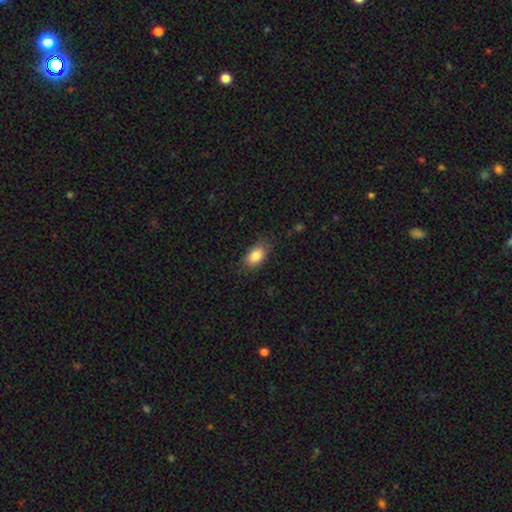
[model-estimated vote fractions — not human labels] This is clearly a smooth galaxy (85%). How rounded: clearly in between (89%). Merging: likely none (79%).